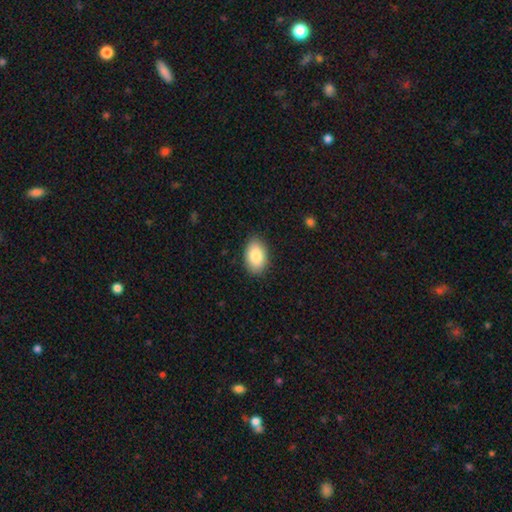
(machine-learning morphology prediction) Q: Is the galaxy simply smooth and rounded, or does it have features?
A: smooth — 86%.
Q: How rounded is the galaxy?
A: in between — 90%.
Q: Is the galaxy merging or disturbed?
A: none — 87%.